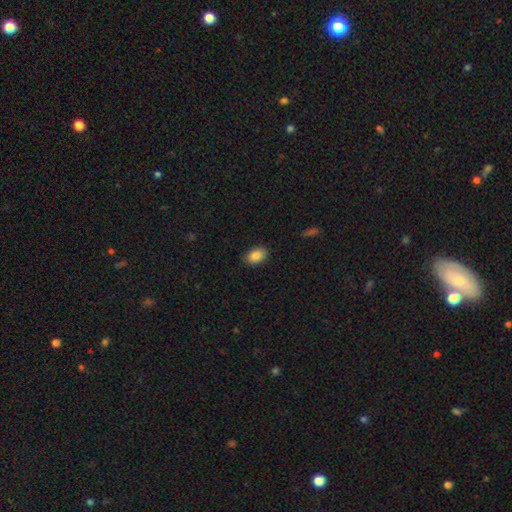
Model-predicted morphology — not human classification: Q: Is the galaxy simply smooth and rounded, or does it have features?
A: smooth — 87%.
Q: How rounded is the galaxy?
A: in between — 87%.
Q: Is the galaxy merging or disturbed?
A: none — 87%.